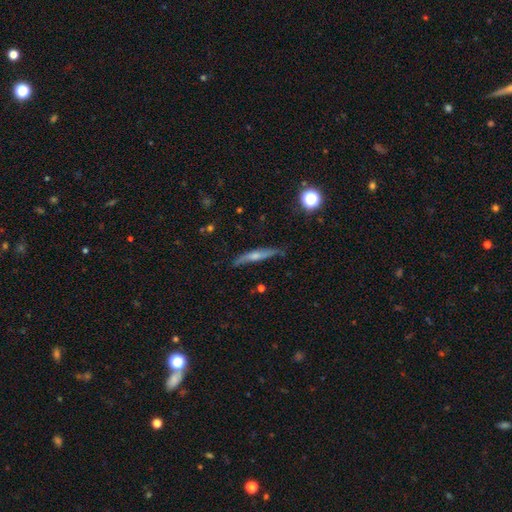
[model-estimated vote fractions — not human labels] A featured or disk galaxy (55%) viewed edge-on (90%).

Vote fractions:
- Smooth or featured? featured or disk: 55% / smooth: 37% / star or artifact: 8%
- Edge-on disk? yes: 90% / no: 10%
- Merging? none: 77% / minor disturbance: 18% / major disturbance: 3% / merger: 2%